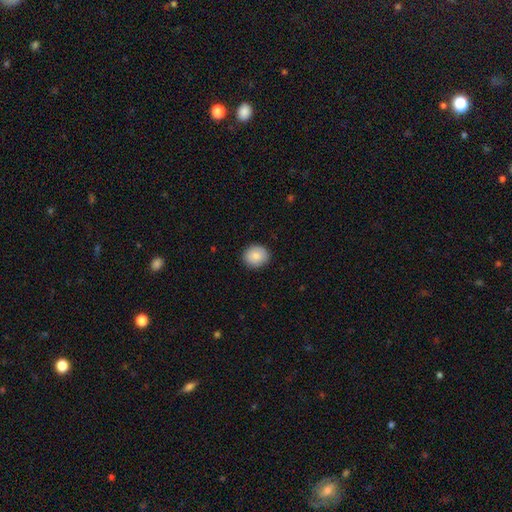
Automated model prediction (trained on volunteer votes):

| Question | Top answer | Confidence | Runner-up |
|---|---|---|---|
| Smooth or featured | smooth | 86% | star or artifact (7%) |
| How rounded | round | 83% | in between (16%) |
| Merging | none | 90% | minor disturbance (7%) |